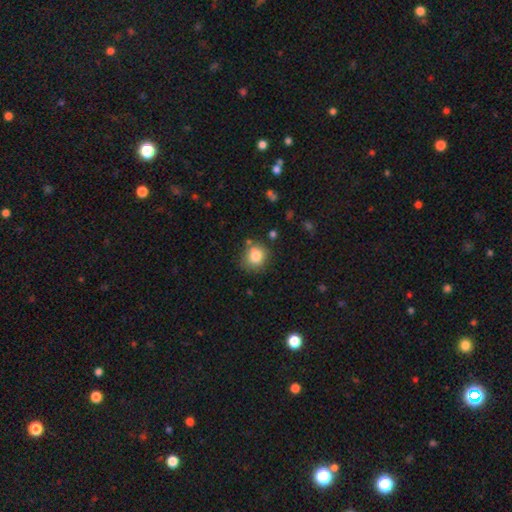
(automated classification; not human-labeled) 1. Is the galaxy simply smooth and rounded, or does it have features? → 83% smooth, 10% star or artifact, 7% featured or disk.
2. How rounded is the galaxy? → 84% round, 15% in between, 1% cigar-shaped.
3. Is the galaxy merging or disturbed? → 76% none, 15% minor disturbance, 5% merger, 4% major disturbance.